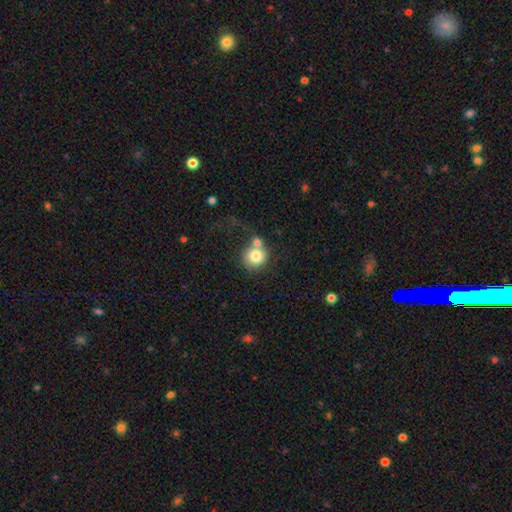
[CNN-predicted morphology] Smooth or featured?
  - smooth: 78% *
  - featured or disk: 14%
  - star or artifact: 8%
How rounded?
  - round: 87% *
  - in between: 12%
  - cigar-shaped: 1%
Merging?
  - none: 40% *
  - merger: 39%
  - minor disturbance: 11%
  - major disturbance: 10%